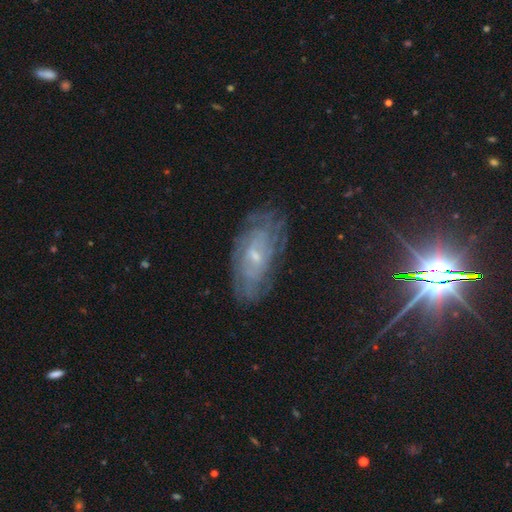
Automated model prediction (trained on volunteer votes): A featured or disk galaxy (72%) with no bar (52%), tight (67%) spiral arms (85%) and a small central bulge (69%).

Vote fractions:
- Smooth or featured? featured or disk: 72% / smooth: 15% / star or artifact: 13%
- Edge-on disk? no: 91% / yes: 9%
- Bar? no: 52% / weak: 39% / strong: 9%
- Spiral arms? yes: 85% / no: 15%
- Spiral winding? tight: 67% / medium: 25% / loose: 8%
- Spiral arm count? can't tell: 63% / 2: 12% / 3: 8% / 4: 7% / more than 4: 6% / 1: 5%
- Bulge size? small: 69% / moderate: 26% / none: 3% / large: 1% / dominant: 1%
- Merging? none: 77% / minor disturbance: 16% / major disturbance: 6% / merger: 1%